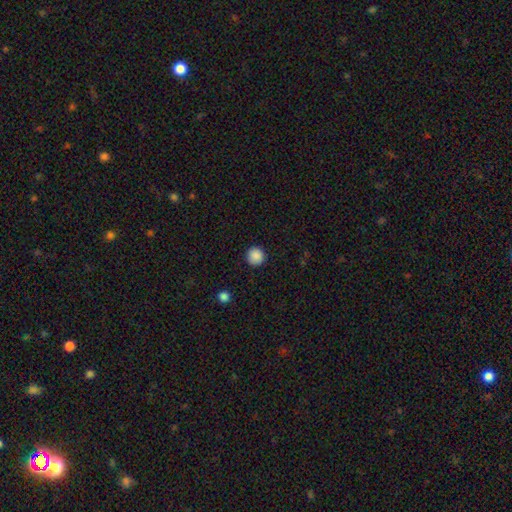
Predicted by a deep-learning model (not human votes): Smooth or featured? smooth (88%)
How rounded? round (96%)
Merging? none (92%)